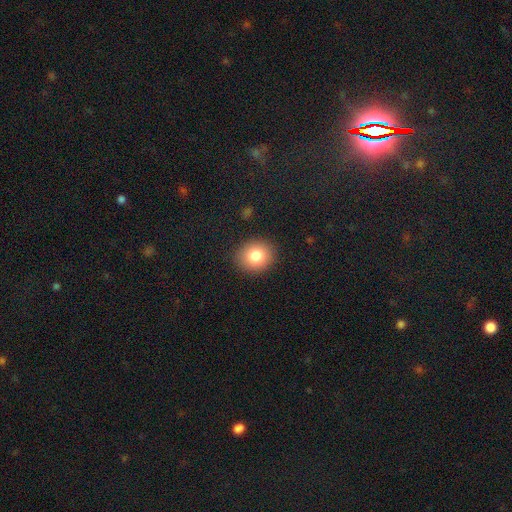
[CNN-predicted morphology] Q: Smooth or featured?
A: smooth (81%); runner-up: star or artifact (10%)
Q: How rounded?
A: round (71%); runner-up: in between (28%)
Q: Merging?
A: none (89%); runner-up: minor disturbance (7%)